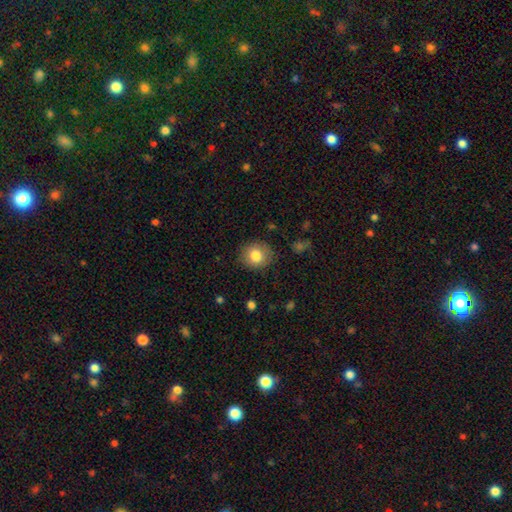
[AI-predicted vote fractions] A smooth galaxy with no disk features (82%) that is round (79%). Merging: none (85%).